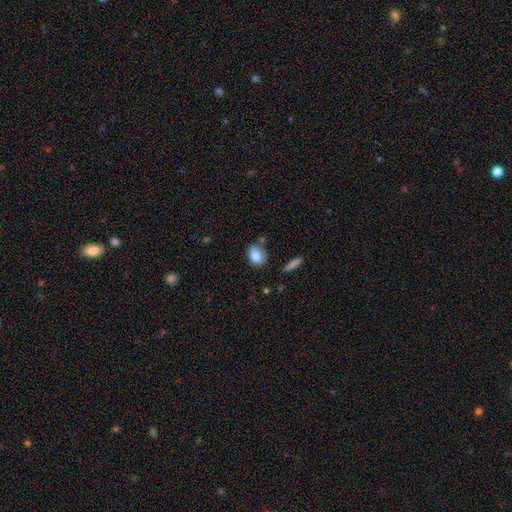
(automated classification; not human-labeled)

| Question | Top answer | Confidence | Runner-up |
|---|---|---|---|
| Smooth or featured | smooth | 84% | featured or disk (8%) |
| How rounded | in between | 76% | round (22%) |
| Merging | none | 67% | minor disturbance (21%) |